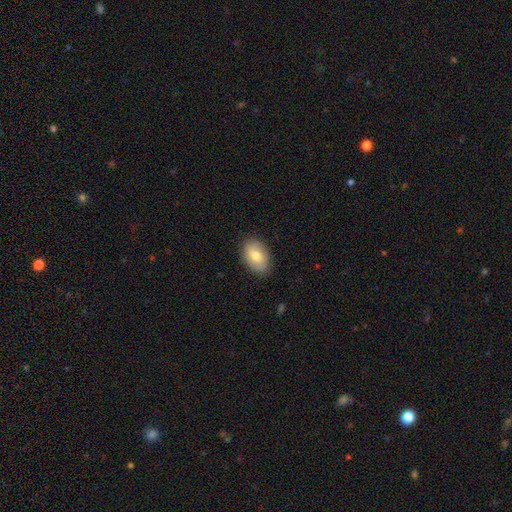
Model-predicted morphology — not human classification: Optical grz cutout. It shows a smooth galaxy with no disk features (76%) that is in between round and cigar-shaped (87%). Merging: none (86%).